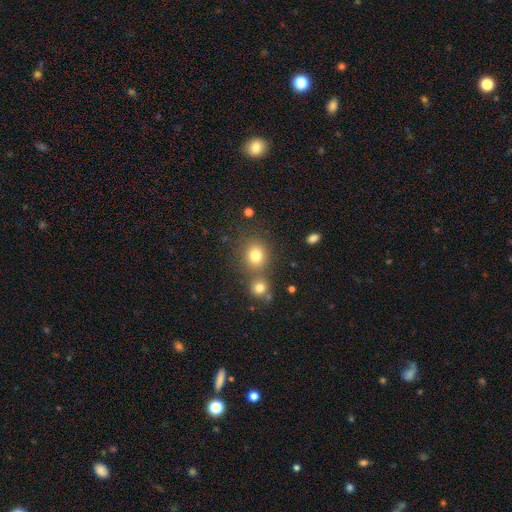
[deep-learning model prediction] Morphology: type=smooth (79%); roundness=round (75%); merging=none (63%).